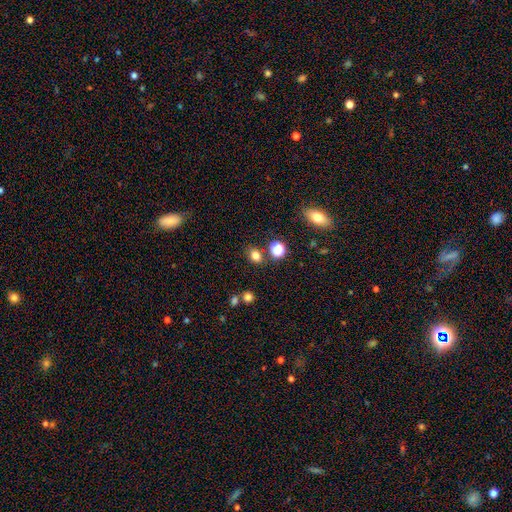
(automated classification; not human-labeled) Morphology: type=smooth (79%); roundness=in between (52%); merging=none (78%).